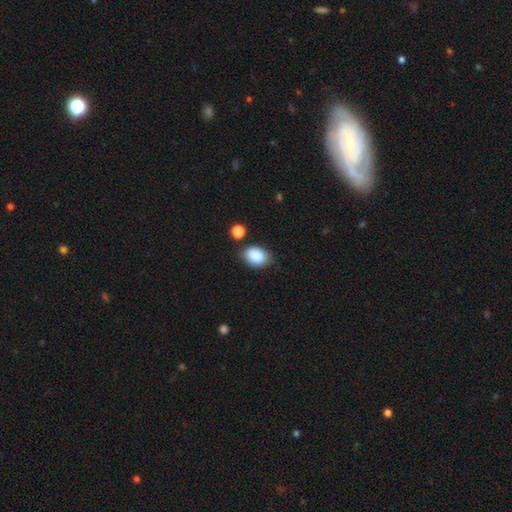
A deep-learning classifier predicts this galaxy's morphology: smooth 87%, star or artifact 7%, featured or disk 5%. Down the decision tree: how rounded — in between (83%); merging — none (76%).